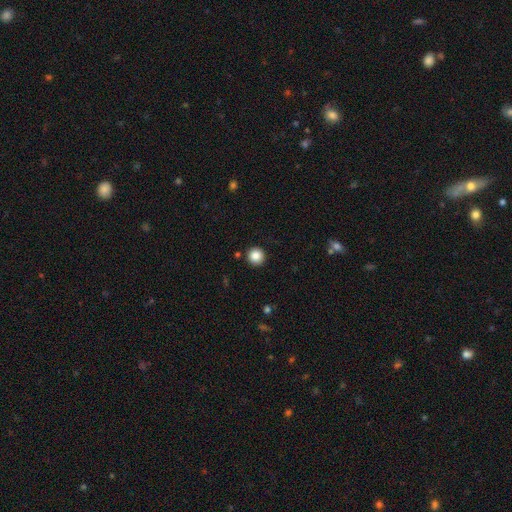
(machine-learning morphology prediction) A smooth galaxy with no disk features (86%) that is round (95%). Merging: none (91%).